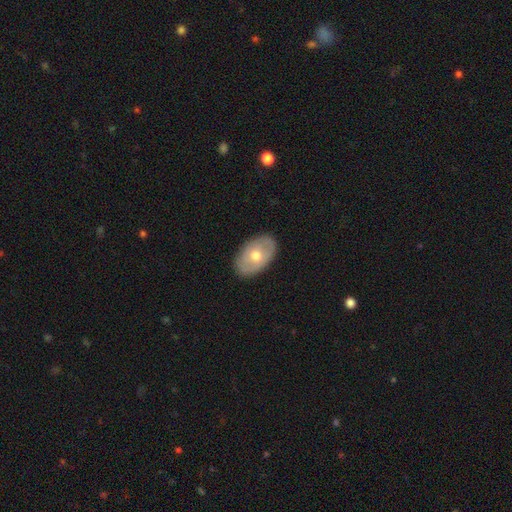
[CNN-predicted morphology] Smooth or featured?
  - smooth: 47% * (tied)
  - featured or disk: 47% * (tied)
  - star or artifact: 6%
Merging?
  - none: 86% *
  - minor disturbance: 11%
  - major disturbance: 2%
  - merger: 1%